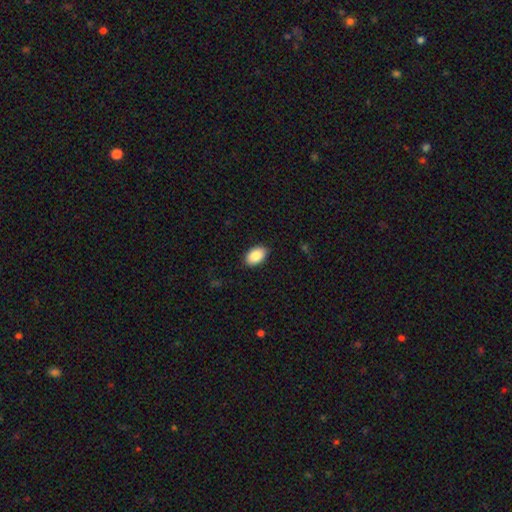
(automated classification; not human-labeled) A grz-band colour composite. It shows a smooth galaxy with no disk features (89%) that is in between round and cigar-shaped (92%). Merging: none (87%).